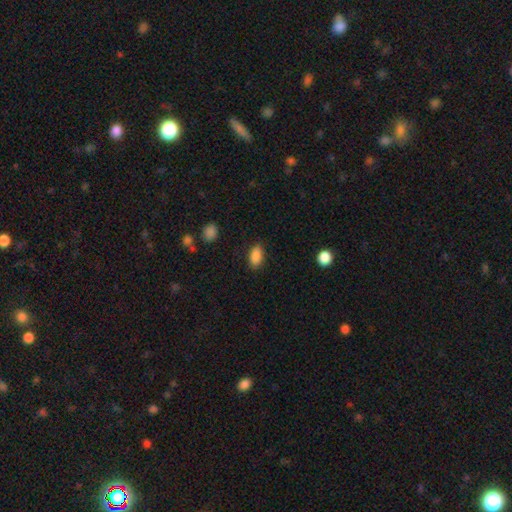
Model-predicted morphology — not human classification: smooth 88%, star or artifact 8%, featured or disk 4%. Down the decision tree: how rounded — in between (91%); merging — none (85%).